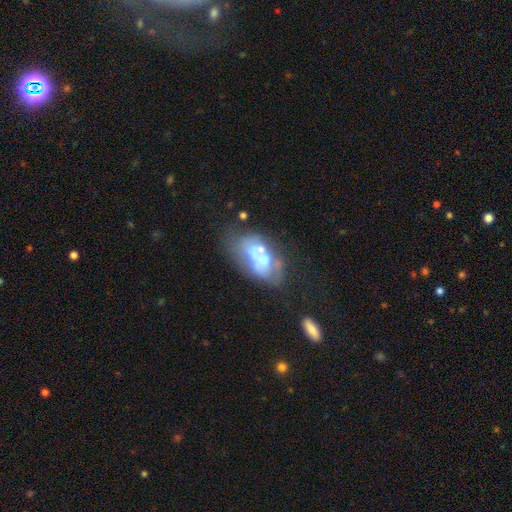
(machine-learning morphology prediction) Smooth or featured? featured or disk (55%)
Edge-on disk? no (93%)
Bar? no (84%)
Spiral arms? no (76%)
Bulge size? moderate (36%)
Merging? none (34%)